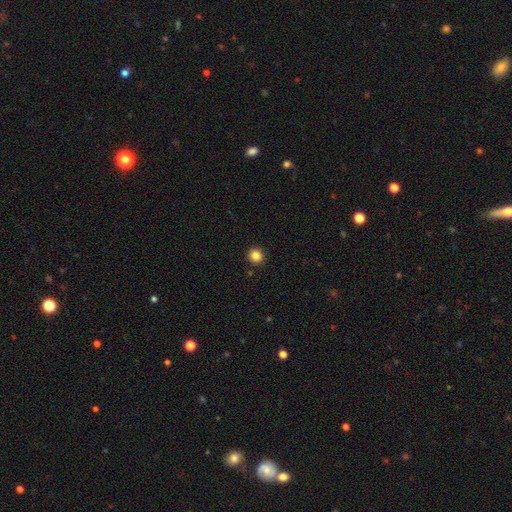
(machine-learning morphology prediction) Smooth or featured? Predicted: smooth (p=0.84). How rounded? Predicted: round (p=0.93). Merging? Predicted: none (p=0.92).